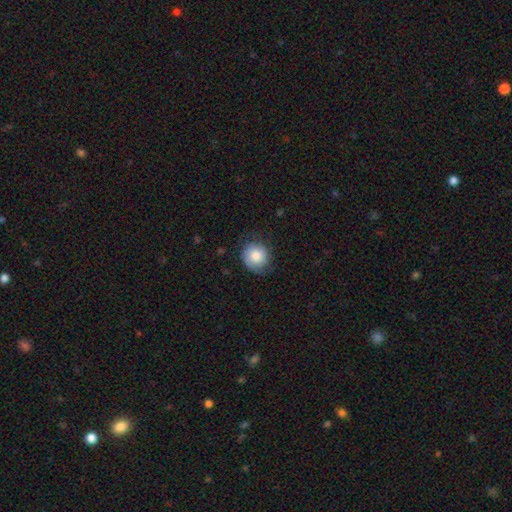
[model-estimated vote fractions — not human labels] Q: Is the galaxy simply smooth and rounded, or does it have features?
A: smooth — 77%.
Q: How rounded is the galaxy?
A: round — 86%.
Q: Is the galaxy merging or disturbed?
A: none — 69%.